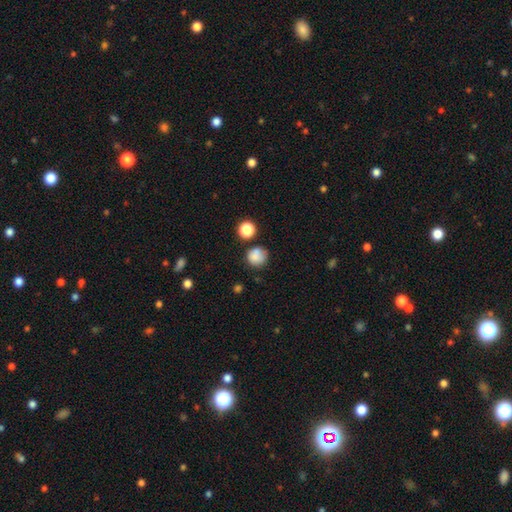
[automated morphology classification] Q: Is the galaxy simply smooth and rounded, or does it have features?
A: smooth — 83%.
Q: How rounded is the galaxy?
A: round — 89%.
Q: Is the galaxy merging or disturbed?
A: none — 68%.